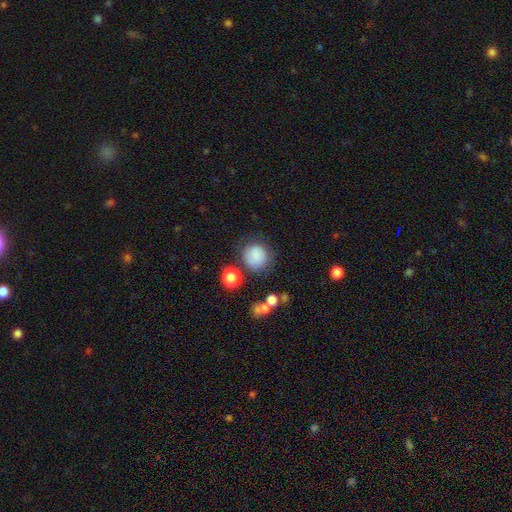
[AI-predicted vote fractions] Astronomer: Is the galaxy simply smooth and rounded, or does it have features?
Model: smooth — 82%.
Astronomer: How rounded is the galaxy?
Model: round — 86%.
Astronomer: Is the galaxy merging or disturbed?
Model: none — 70%.